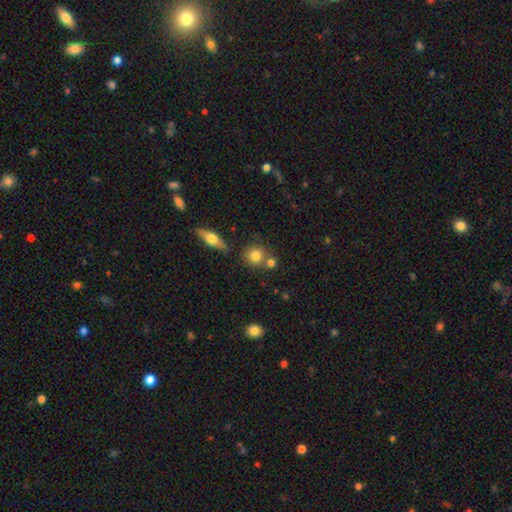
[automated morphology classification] This is likely a smooth galaxy (77%). How rounded: clearly round (85%). Merging: likely none (64%).